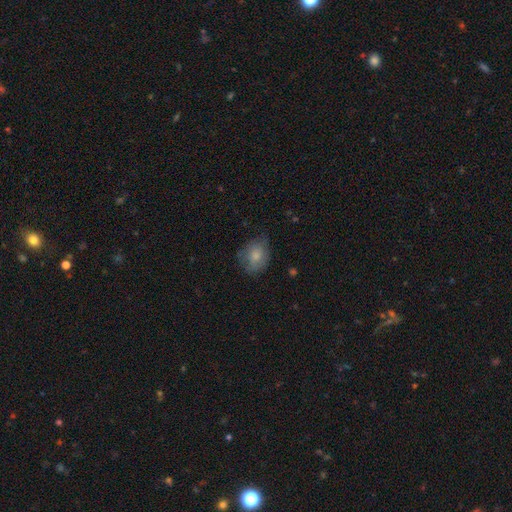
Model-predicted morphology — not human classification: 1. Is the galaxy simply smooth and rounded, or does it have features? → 76% smooth, 16% featured or disk, 7% star or artifact.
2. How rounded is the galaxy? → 54% in between, 45% round, 1% cigar-shaped.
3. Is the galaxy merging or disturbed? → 61% none, 29% minor disturbance, 9% major disturbance, 1% merger.